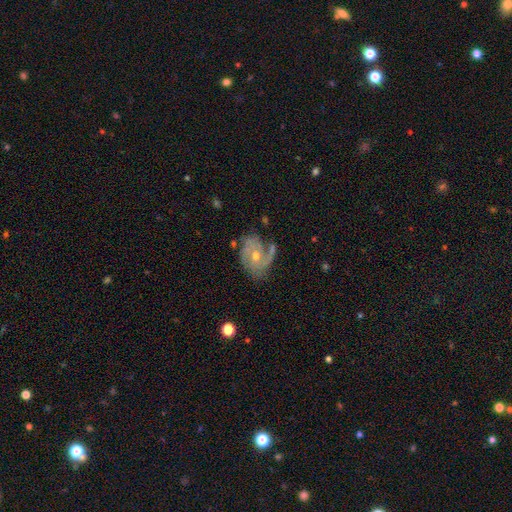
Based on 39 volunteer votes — A featured or disk galaxy (72%) with no bar (85%), 1 (46%) medium (46%) spiral arms (89%) and a moderate central bulge (59%). Merging: none (42%).